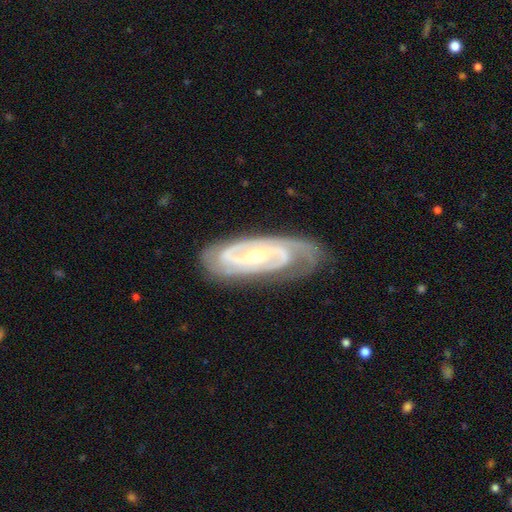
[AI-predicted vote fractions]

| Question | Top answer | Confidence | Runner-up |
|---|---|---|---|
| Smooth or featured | featured or disk | 91% | smooth (5%) |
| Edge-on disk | no | 94% | yes (6%) |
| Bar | no | 47% | weak (32%) |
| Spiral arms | yes | 98% | no (2%) |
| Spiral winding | tight | 66% | medium (29%) |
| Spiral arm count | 2 | 64% | 3 (15%) |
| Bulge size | small | 53% | moderate (44%) |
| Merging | none | 74% | minor disturbance (19%) |